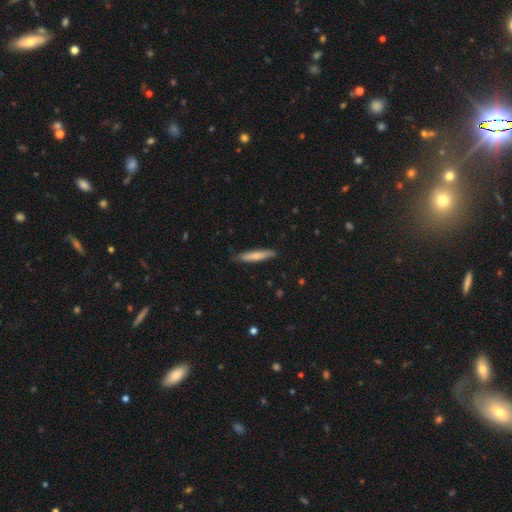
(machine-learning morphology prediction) Smooth or featured: smooth — 72% (featured or disk — 22%)
How rounded: cigar-shaped — 89% (in between — 10%)
Merging: none — 85% (minor disturbance — 12%)